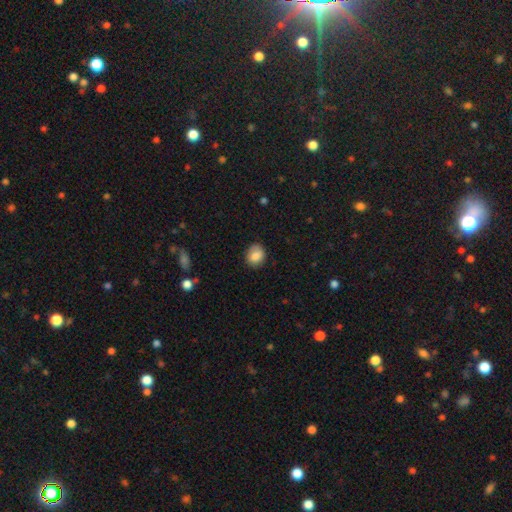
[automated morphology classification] This is clearly a smooth galaxy (83%). How rounded: likely round (60%). Merging: likely none (77%).